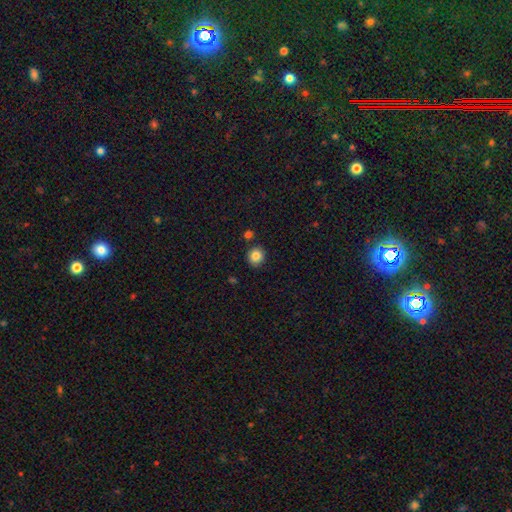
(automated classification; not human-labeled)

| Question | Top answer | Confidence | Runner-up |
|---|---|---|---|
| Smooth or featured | smooth | 85% | star or artifact (10%) |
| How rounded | round | 84% | in between (15%) |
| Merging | none | 86% | minor disturbance (8%) |